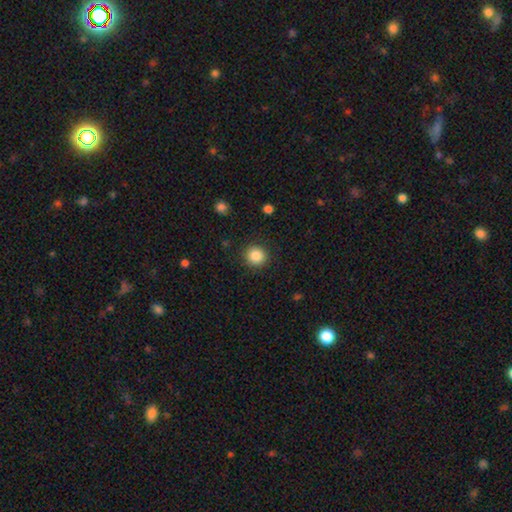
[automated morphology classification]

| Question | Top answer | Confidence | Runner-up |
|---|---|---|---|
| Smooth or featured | smooth | 86% | star or artifact (10%) |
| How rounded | round | 91% | in between (8%) |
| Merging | none | 90% | minor disturbance (7%) |